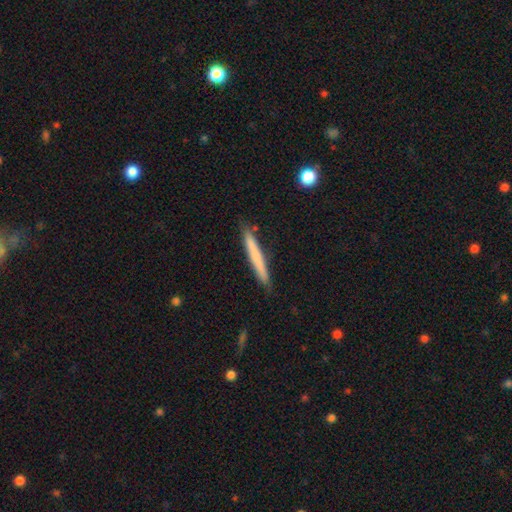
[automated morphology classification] Smooth or featured? Predicted: smooth (p=0.65). How rounded? Predicted: cigar-shaped (p=0.96). Merging? Predicted: none (p=0.87).